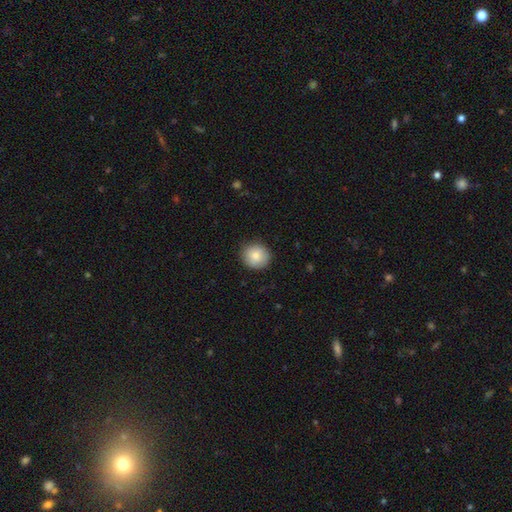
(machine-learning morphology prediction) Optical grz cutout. It shows a smooth galaxy with no disk features (85%) that is round (90%). Merging: none (88%).